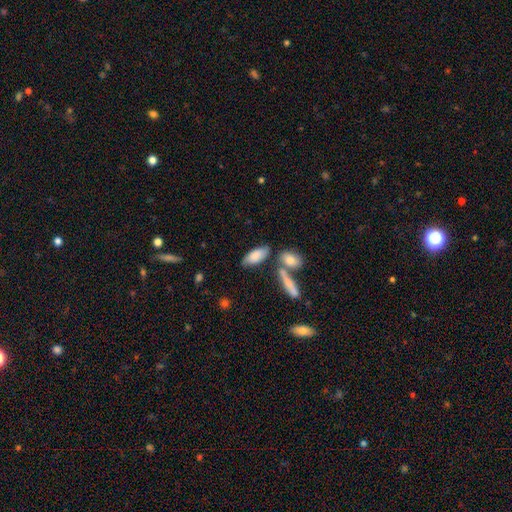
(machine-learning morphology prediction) Q: Smooth or featured?
A: smooth (81%); runner-up: featured or disk (13%)
Q: How rounded?
A: in between (81%); runner-up: cigar-shaped (17%)
Q: Merging?
A: none (61%); runner-up: merger (20%)